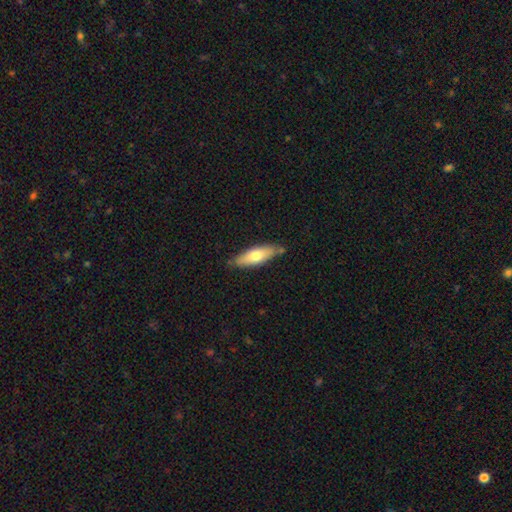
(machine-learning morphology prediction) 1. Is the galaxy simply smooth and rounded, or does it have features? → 65% smooth, 29% featured or disk, 6% star or artifact.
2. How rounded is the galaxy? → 51% in between, 47% cigar-shaped, 2% round.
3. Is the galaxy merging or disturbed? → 77% none, 17% minor disturbance, 4% merger, 3% major disturbance.